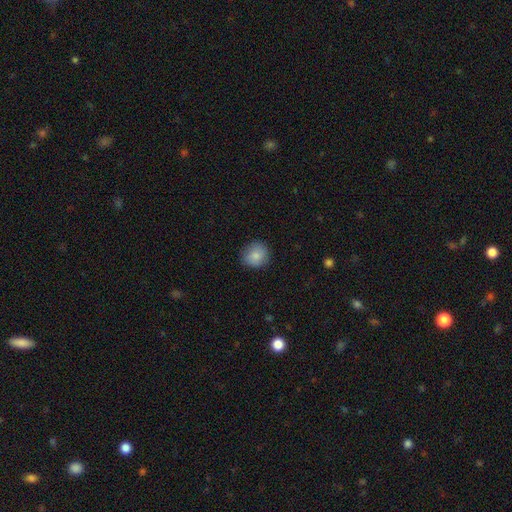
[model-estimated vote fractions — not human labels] Morphology: type=smooth (85%); roundness=round (85%); merging=none (84%).